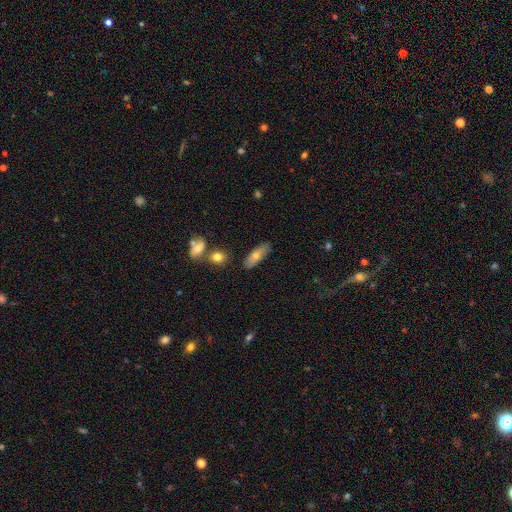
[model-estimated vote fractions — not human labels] This is likely a smooth galaxy (65%). How rounded: likely in between (61%). Merging: clearly none (81%).